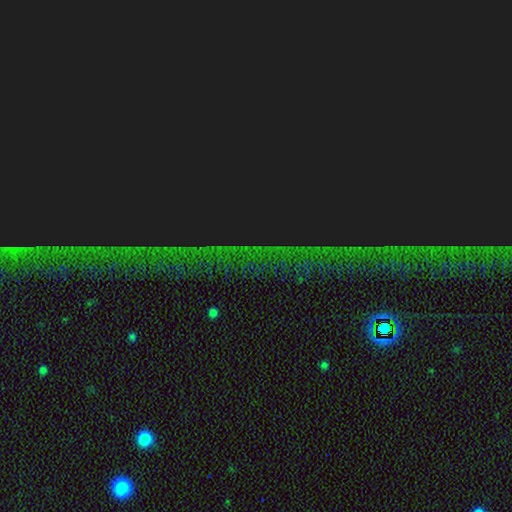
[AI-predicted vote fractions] Smooth or featured? Predicted: star or artifact (p=0.86).